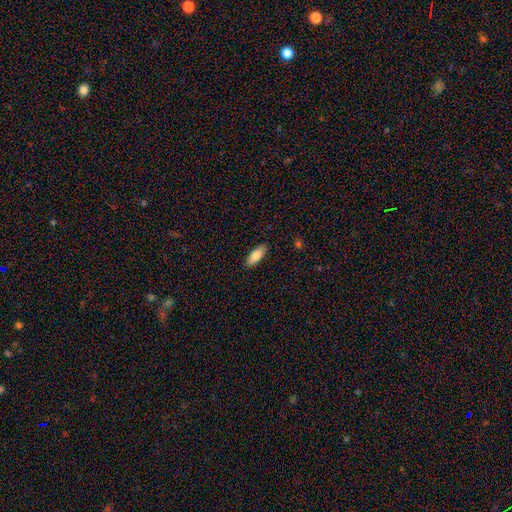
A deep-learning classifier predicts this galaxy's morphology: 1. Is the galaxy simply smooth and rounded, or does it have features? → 82% smooth, 12% featured or disk, 6% star or artifact.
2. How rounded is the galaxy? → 75% in between, 23% cigar-shaped, 2% round.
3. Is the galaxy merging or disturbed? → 89% none, 8% minor disturbance, 2% major disturbance, 1% merger.